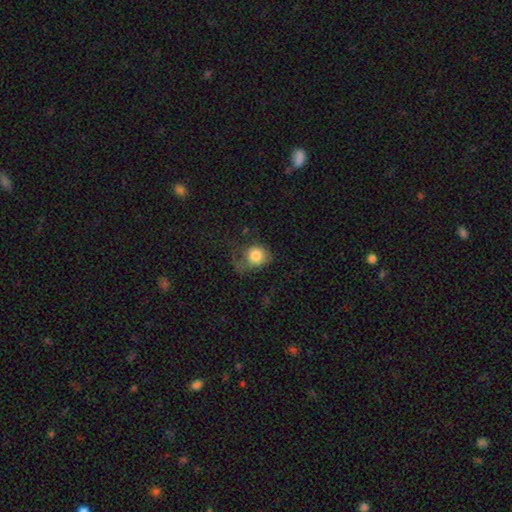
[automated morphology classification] Smooth or featured: smooth — 80% (featured or disk — 11%)
How rounded: round — 76% (in between — 23%)
Merging: none — 38% (major disturbance — 31%)